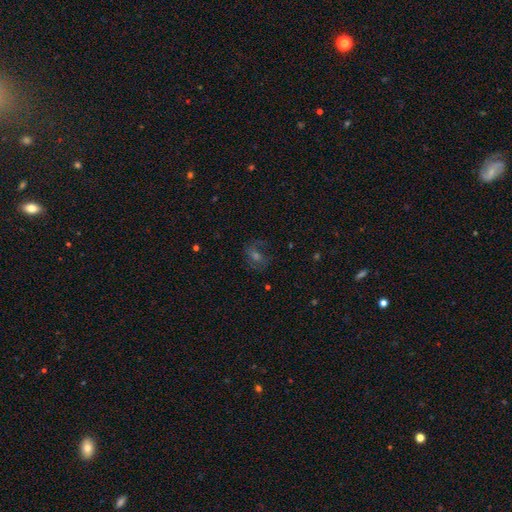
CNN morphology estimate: This appears to be a featured or disk galaxy (43%). Merging: none (71%).